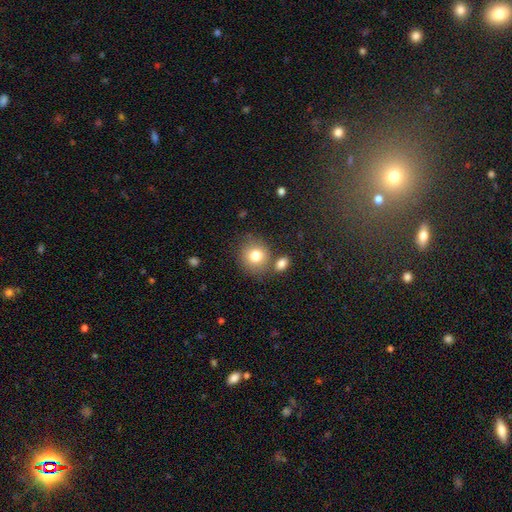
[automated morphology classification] A smooth galaxy with no disk features (79%) that is round (83%). Merging: none (70%).